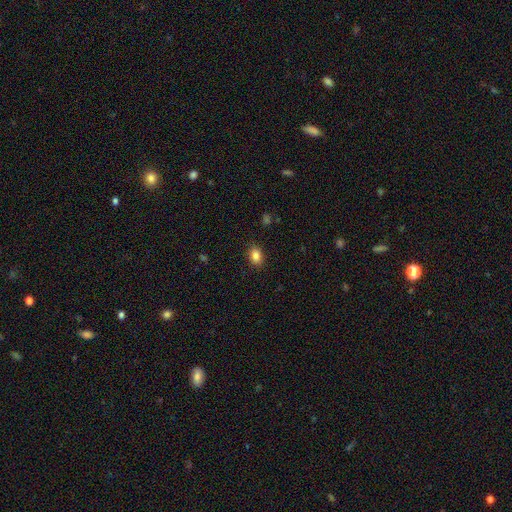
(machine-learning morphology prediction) Smooth or featured?
  - smooth: 85% *
  - star or artifact: 9%
  - featured or disk: 5%
How rounded?
  - in between: 80% *
  - round: 19%
  - cigar-shaped: 1%
Merging?
  - none: 88% *
  - minor disturbance: 8%
  - major disturbance: 2%
  - merger: 1%